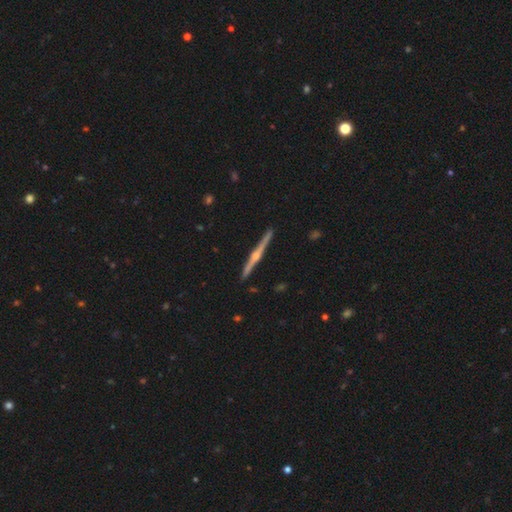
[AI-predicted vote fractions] Overall: featured or disk (85%). Edge-on disk: yes (99%). Edge-on bulge: rounded (89%). Merging: none (92%).